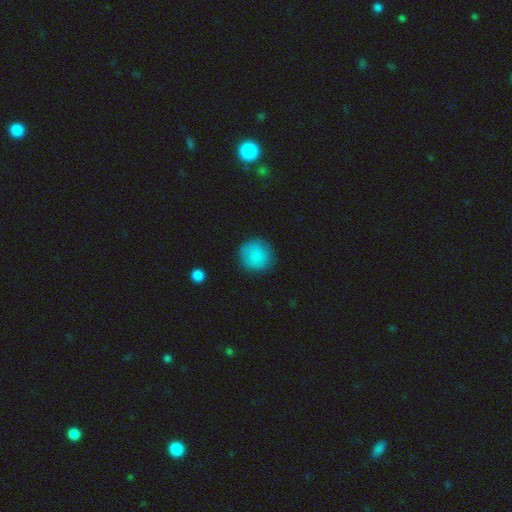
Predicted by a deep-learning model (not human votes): This is clearly a smooth galaxy (85%). How rounded: clearly round (92%). Merging: clearly none (82%).